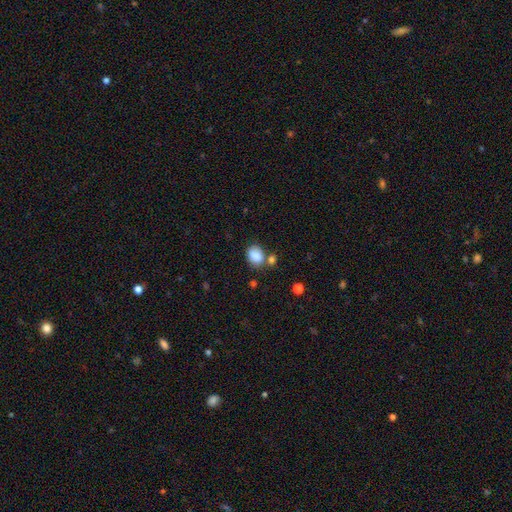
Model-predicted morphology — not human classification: smooth 86%, star or artifact 9%, featured or disk 5%. Down the decision tree: how rounded — in between (61%); merging — none (59%).